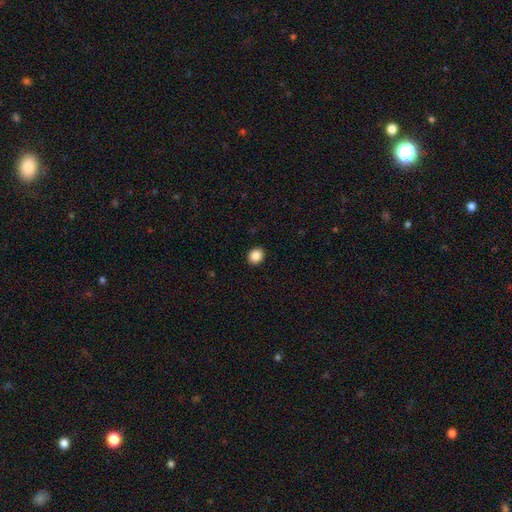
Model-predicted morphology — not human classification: Smooth or featured?
  - smooth: 87% *
  - star or artifact: 9%
  - featured or disk: 3%
How rounded?
  - round: 72% *
  - in between: 27%
  - cigar-shaped: 1%
Merging?
  - none: 92% *
  - minor disturbance: 5%
  - major disturbance: 2%
  - merger: 1%